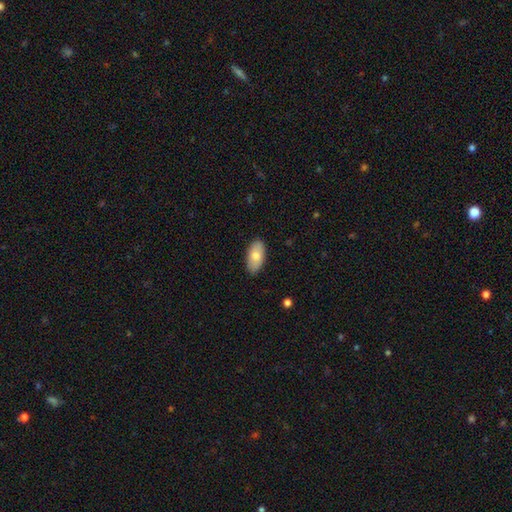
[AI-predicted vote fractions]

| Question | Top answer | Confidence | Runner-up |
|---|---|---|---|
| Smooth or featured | smooth | 76% | featured or disk (18%) |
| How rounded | in between | 93% | cigar-shaped (4%) |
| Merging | none | 88% | minor disturbance (9%) |